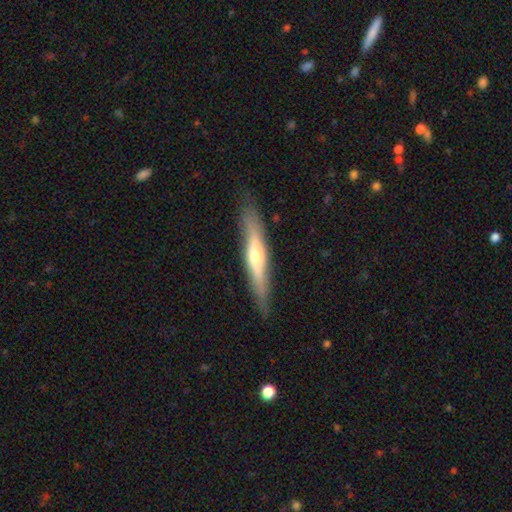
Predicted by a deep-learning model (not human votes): smooth_or_featured: featured or disk (p=0.57) [alt: smooth p=0.37]
disk_edge_on: yes (p=0.90) [alt: no p=0.10]
edge_on_bulge: rounded (p=0.83) [alt: none p=0.13]
merging: none (p=0.85) [alt: minor disturbance p=0.11]